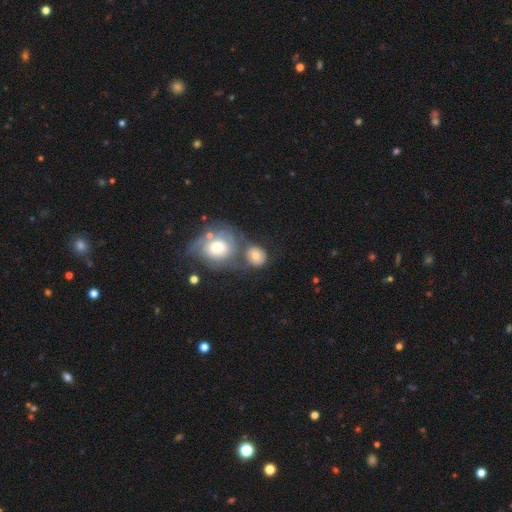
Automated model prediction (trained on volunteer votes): This is likely a smooth galaxy (64%). How rounded: likely round (78%). Merging: marginally none (45%).